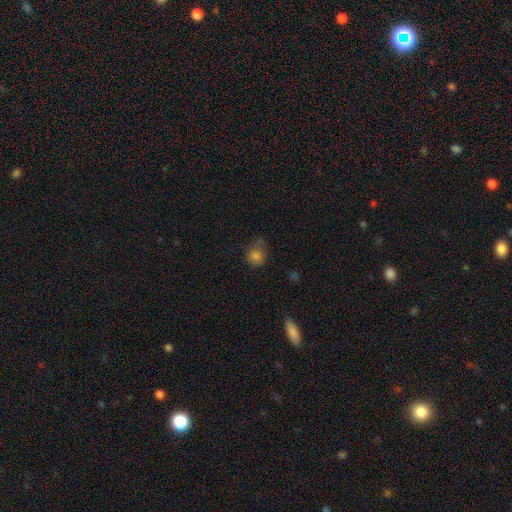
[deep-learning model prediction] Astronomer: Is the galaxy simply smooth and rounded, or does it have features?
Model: smooth — 79%.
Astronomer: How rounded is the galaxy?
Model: round — 76%.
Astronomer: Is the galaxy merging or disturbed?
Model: none — 54% (runner-up: minor disturbance, 30%).